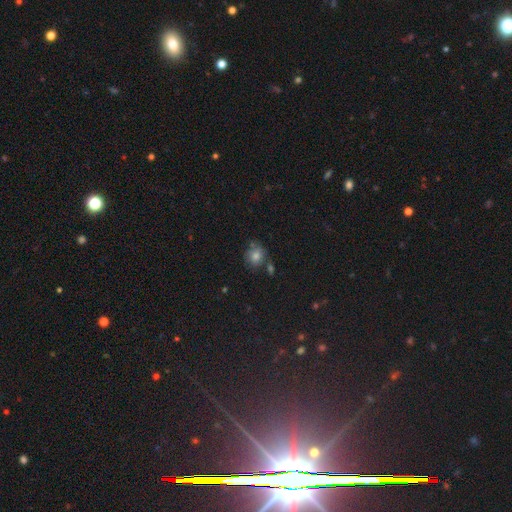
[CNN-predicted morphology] Smooth or featured? Predicted: smooth (p=0.76). How rounded? Predicted: round (p=0.71). Merging? Predicted: none (p=0.63).